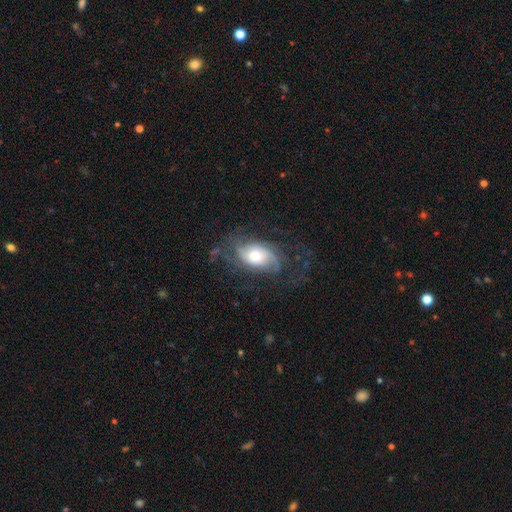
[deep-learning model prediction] smooth-or-featured: featured or disk: 67% | smooth: 25% | star or artifact: 8%
  disk-edge-on: no: 94% | yes: 6%
    bar: no: 75% | weak: 21% | strong: 5%
    has-spiral-arms: yes: 86% | no: 14%
      spiral-winding: medium: 38% | tight: 32% | loose: 30%
      spiral-arm-count: can't tell: 34% | 2: 31% | 3: 17% | 1: 8% | 4: 6% | more than 4: 4%
    bulge-size: moderate: 59% | large: 21% | small: 16% | dominant: 3% | none: 1%
  merging: none: 55% | major disturbance: 22% | minor disturbance: 21% | merger: 1%